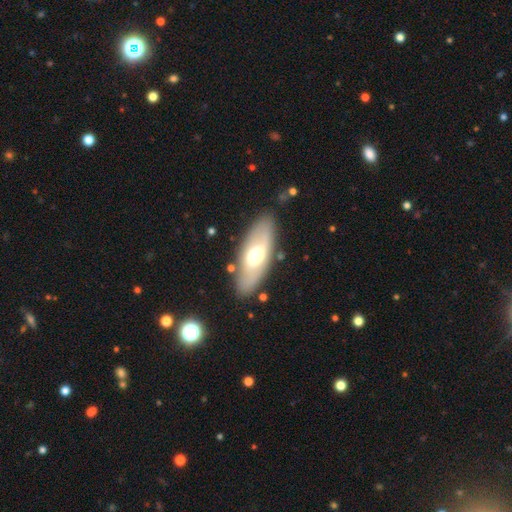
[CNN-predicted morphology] This is possibly a smooth galaxy (53%). How rounded: likely in between (80%). Merging: clearly none (84%).